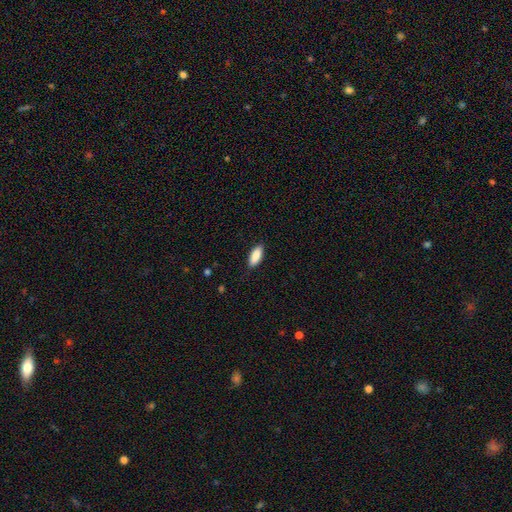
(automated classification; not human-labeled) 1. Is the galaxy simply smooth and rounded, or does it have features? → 88% smooth, 6% star or artifact, 6% featured or disk.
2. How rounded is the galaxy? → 79% in between, 19% cigar-shaped, 2% round.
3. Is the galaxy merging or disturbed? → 86% none, 11% minor disturbance, 2% major disturbance, 1% merger.